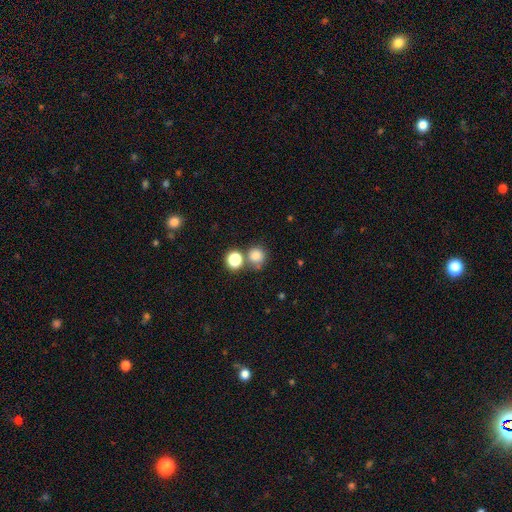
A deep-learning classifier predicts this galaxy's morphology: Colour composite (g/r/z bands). It shows a smooth galaxy with no disk features (81%) that is round (90%). Merging: none (62%).